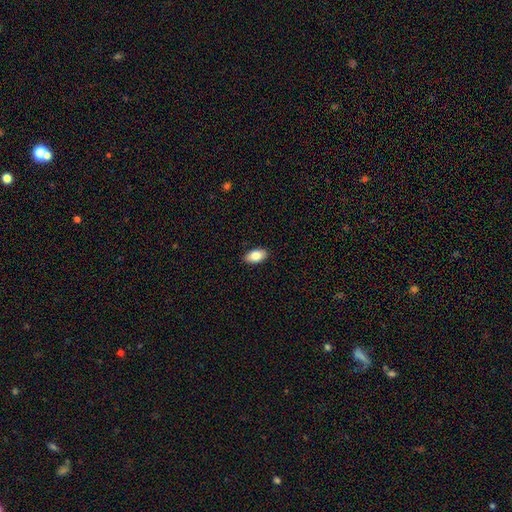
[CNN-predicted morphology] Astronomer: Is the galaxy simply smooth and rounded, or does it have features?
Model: smooth — 84%.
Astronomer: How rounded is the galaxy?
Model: in between — 93%.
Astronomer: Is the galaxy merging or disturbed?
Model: none — 89%.